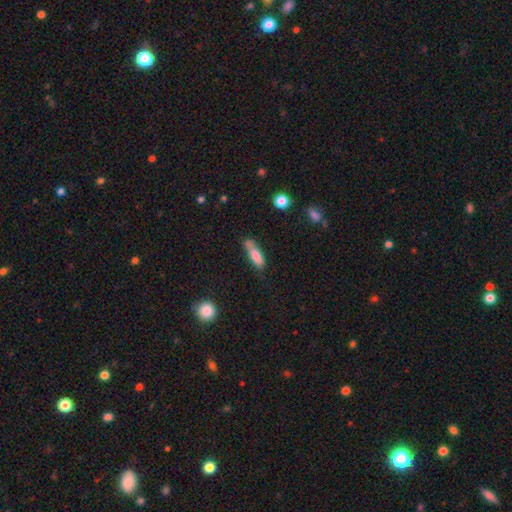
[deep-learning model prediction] A smooth galaxy with no disk features (77%) that is cigar-shaped (52%).

Vote fractions:
- Smooth or featured? smooth: 77% / featured or disk: 15% / star or artifact: 8%
- How rounded? cigar-shaped: 52% / in between: 46% / round: 2%
- Merging? none: 45% / minor disturbance: 26% / merger: 19% / major disturbance: 10%